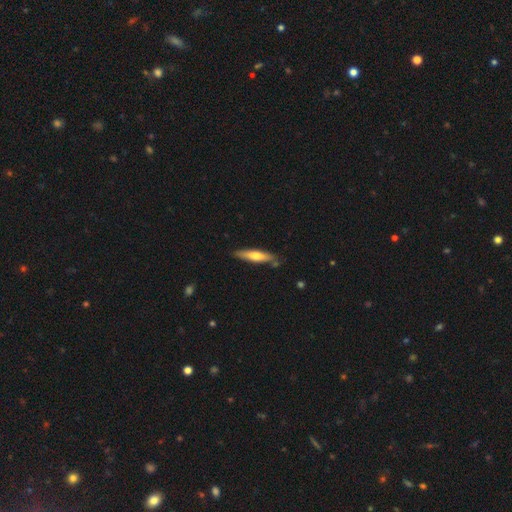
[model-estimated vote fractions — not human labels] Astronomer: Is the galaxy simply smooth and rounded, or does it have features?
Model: smooth — 58% (runner-up: featured or disk, 37%).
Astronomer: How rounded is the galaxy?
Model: cigar-shaped — 82%.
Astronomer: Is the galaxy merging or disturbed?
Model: none — 80%.